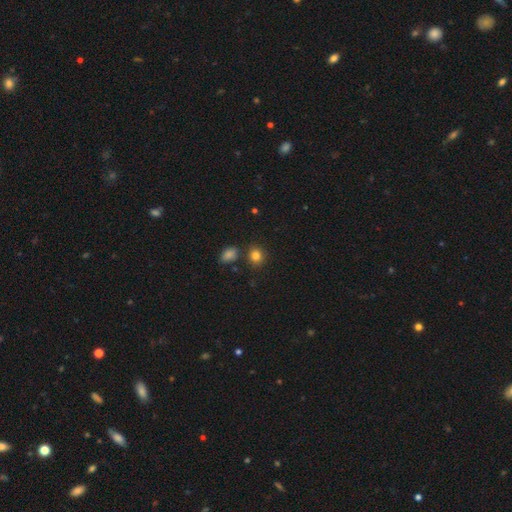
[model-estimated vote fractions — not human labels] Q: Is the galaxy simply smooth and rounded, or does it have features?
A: smooth — 82%.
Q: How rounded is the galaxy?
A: round — 70%.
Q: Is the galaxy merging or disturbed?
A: none — 79%.